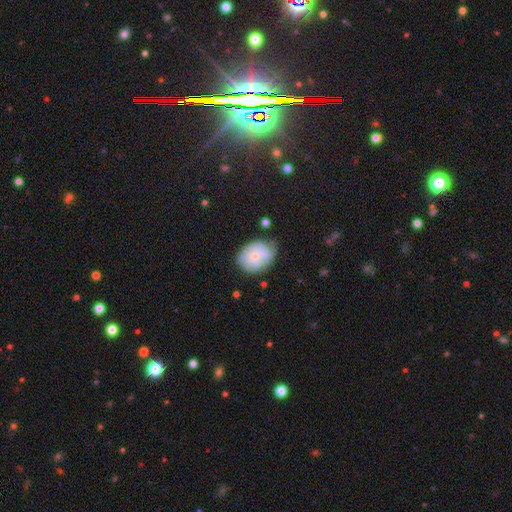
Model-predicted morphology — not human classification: This appears to be a smooth galaxy with no disk features (49%). Merging: none (50%).